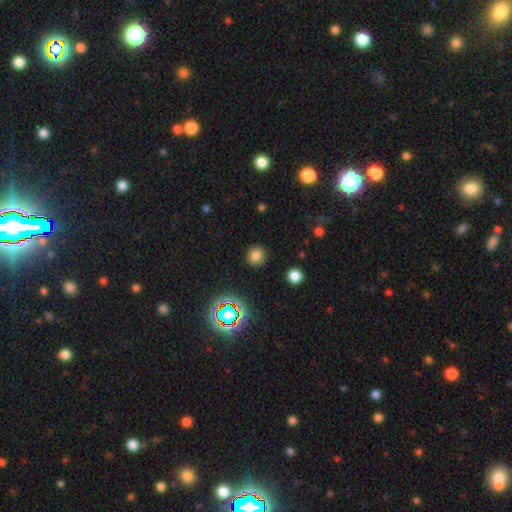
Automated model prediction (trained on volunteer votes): A smooth galaxy with no disk features (77%) that is round (86%).

Vote fractions:
- Smooth or featured? smooth: 77% / star or artifact: 17% / featured or disk: 5%
- How rounded? round: 86% / in between: 13% / cigar-shaped: 1%
- Merging? none: 87% / minor disturbance: 9% / major disturbance: 3% / merger: 2%